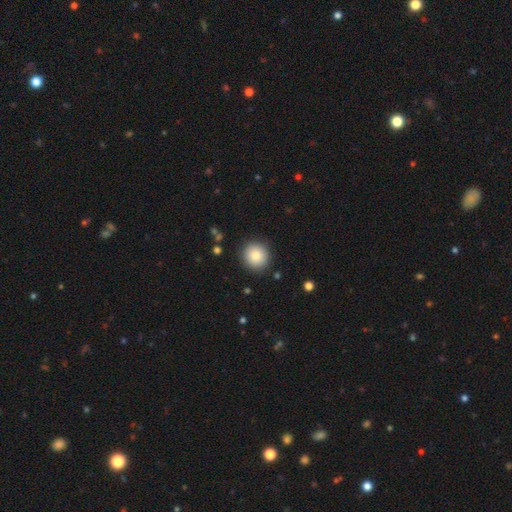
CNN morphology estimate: A smooth galaxy with no disk features (84%) that is round (92%).

Vote fractions:
- Smooth or featured? smooth: 84% / star or artifact: 9% / featured or disk: 7%
- How rounded? round: 92% / in between: 8% / cigar-shaped: 1%
- Merging? none: 90% / minor disturbance: 7% / major disturbance: 2% / merger: 1%